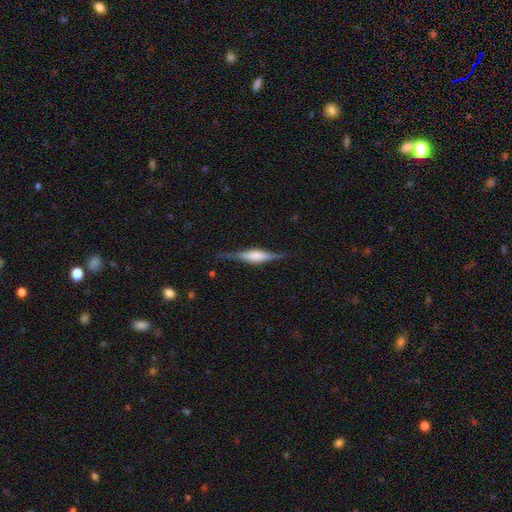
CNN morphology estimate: Smooth or featured?
  - featured or disk: 73% *
  - smooth: 21%
  - star or artifact: 6%
Edge-on disk?
  - yes: 97% *
  - no: 3%
Edge-on bulge?
  - rounded: 60% *
  - boxy: 35%
  - none: 5%
Merging?
  - none: 82% *
  - minor disturbance: 13%
  - major disturbance: 4%
  - merger: 1%